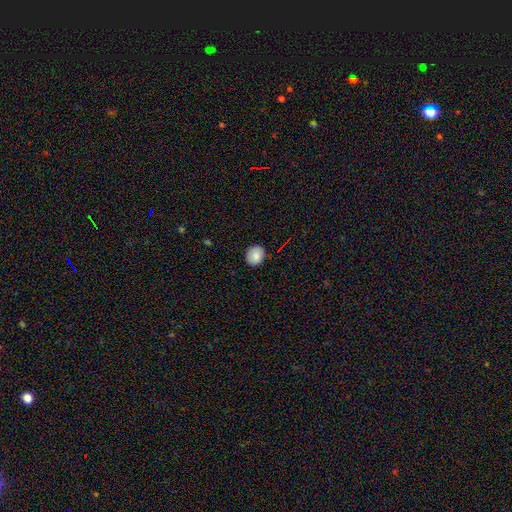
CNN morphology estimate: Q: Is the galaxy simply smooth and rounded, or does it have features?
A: smooth — 84%.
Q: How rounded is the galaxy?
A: round — 72%.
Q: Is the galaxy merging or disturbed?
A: none — 85%.